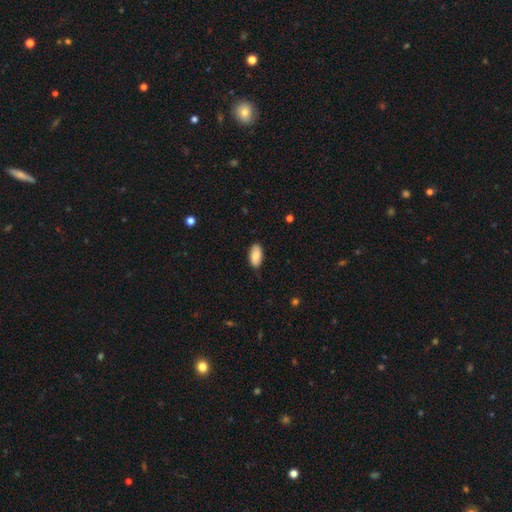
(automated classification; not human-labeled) Morphology: type=smooth (85%); roundness=in between (94%); merging=none (80%).